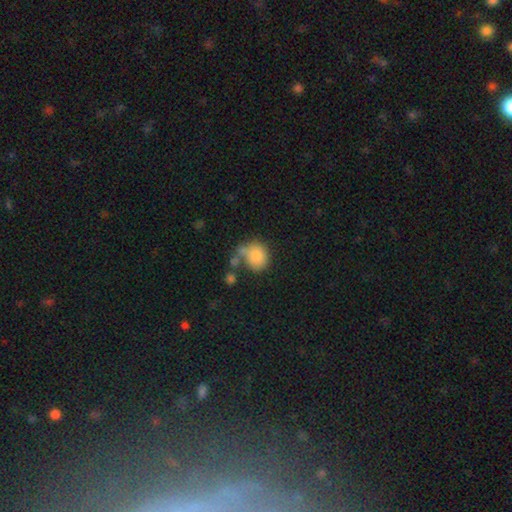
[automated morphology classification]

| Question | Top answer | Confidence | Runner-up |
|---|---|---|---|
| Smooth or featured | smooth | 82% | featured or disk (10%) |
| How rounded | round | 70% | in between (29%) |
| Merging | none | 42% | merger (23%) |